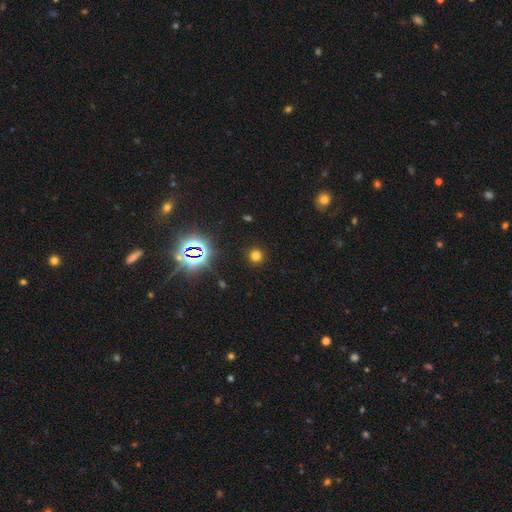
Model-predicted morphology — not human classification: smooth 71%, star or artifact 24%, featured or disk 6%. Down the decision tree: how rounded — round (94%); merging — none (91%).